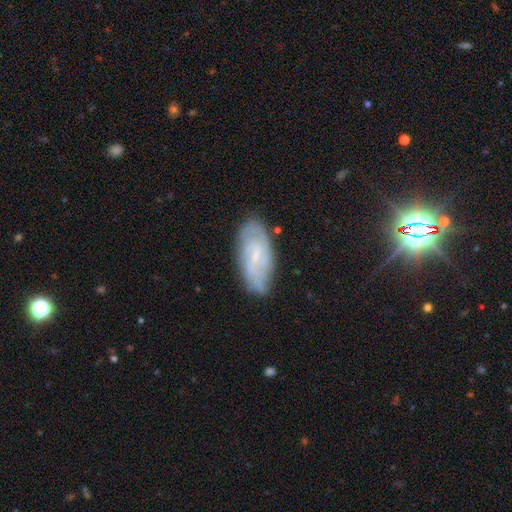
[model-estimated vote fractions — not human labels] smooth-or-featured: featured or disk: 68% | smooth: 23% | star or artifact: 9%
  disk-edge-on: no: 92% | yes: 8%
    bar: weak: 51% | no: 37% | strong: 12%
    has-spiral-arms: yes: 89% | no: 11%
      spiral-winding: tight: 51% | medium: 35% | loose: 14%
      spiral-arm-count: can't tell: 43% | 2: 30% | 3: 12% | 4: 7% | 1: 4% | more than 4: 4%
    bulge-size: small: 68% | moderate: 18% | none: 12% | large: 1% | dominant: 1%
  merging: none: 78% | minor disturbance: 17% | major disturbance: 4% | merger: 2%